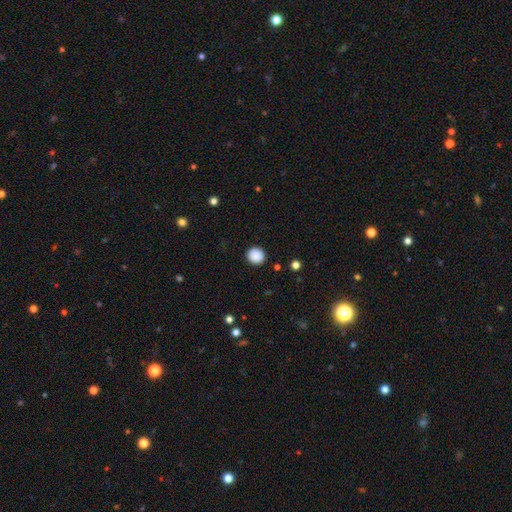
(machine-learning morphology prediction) The model was most divided on "smooth or featured": smooth: 89%, star or artifact: 9%, featured or disk: 3%. More confident: how rounded — round (92%); merging — none (92%).